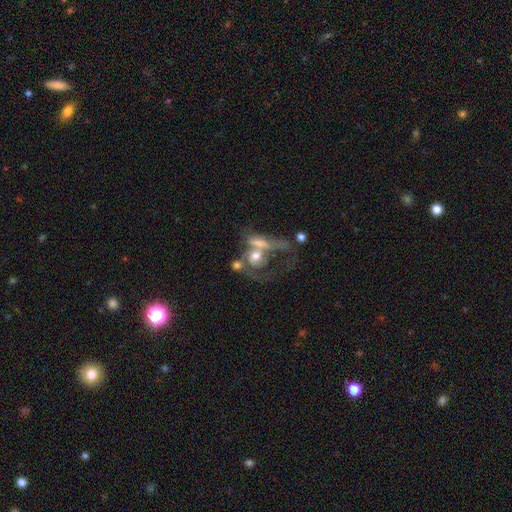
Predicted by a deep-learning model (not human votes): Overall: featured or disk (52%; smooth 39%). Edge-on disk: no (90%). Merging: merger (53%; major disturbance 23%).